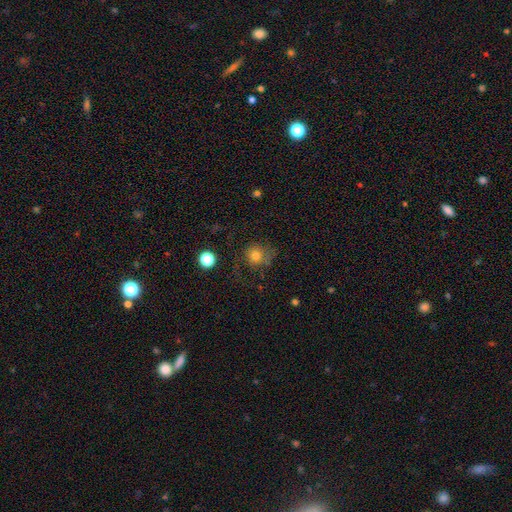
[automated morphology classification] smooth-or-featured: smooth: 72% | featured or disk: 15% | star or artifact: 13%
  how-rounded: round: 87% | in between: 12% | cigar-shaped: 1%
  merging: none: 58% | minor disturbance: 20% | major disturbance: 20% | merger: 3%